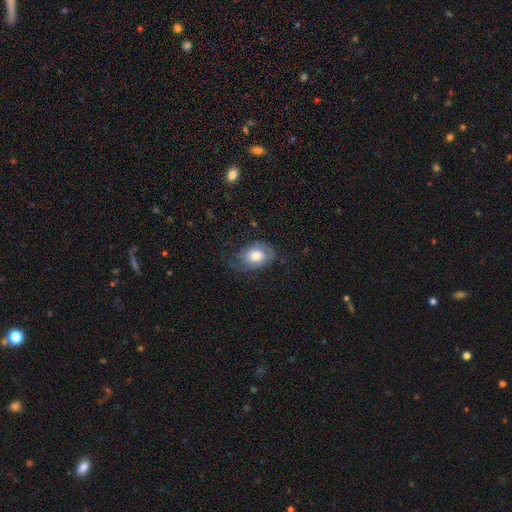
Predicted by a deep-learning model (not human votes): smooth-or-featured: smooth: 56% | featured or disk: 36% | star or artifact: 7%
  how-rounded: in between: 82% | round: 17% | cigar-shaped: 1%
  merging: none: 55% | minor disturbance: 26% | major disturbance: 17% | merger: 1%